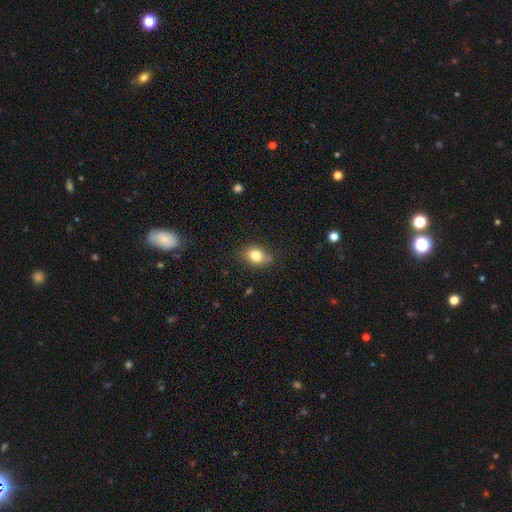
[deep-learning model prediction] Smooth or featured?
  - smooth: 80% *
  - featured or disk: 10%
  - star or artifact: 10%
How rounded?
  - in between: 69% *
  - round: 29%
  - cigar-shaped: 2%
Merging?
  - none: 75% *
  - minor disturbance: 19%
  - major disturbance: 4%
  - merger: 2%